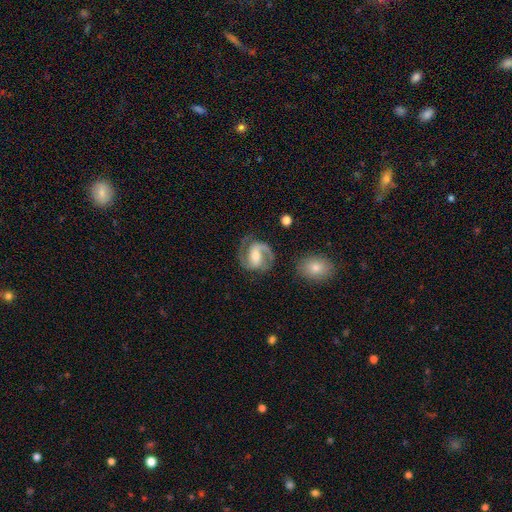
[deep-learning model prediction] smooth_or_featured: featured or disk (p=0.85) [alt: smooth p=0.10]
disk_edge_on: no (p=0.98) [alt: yes p=0.02]
bar: weak (p=0.44) [alt: strong p=0.32]
has_spiral_arms: yes (p=0.96) [alt: no p=0.04]
spiral_winding: medium (p=0.56) [alt: tight p=0.26]
spiral_arm_count: 2 (p=0.85) [alt: 1 p=0.07]
bulge_size: moderate (p=0.53) [alt: small p=0.36]
merging: none (p=0.72) [alt: minor disturbance p=0.16]